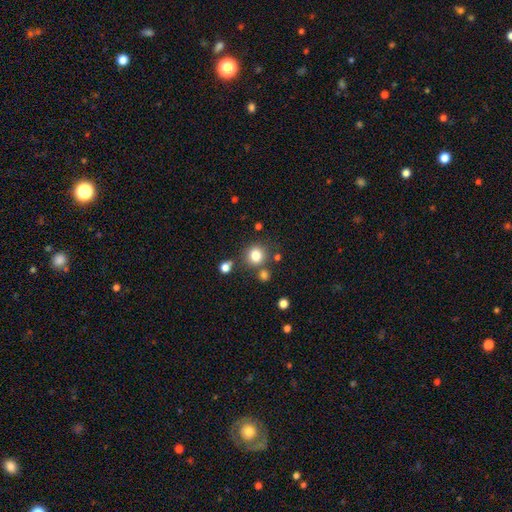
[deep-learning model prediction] A smooth galaxy with no disk features (80%) that is round (89%). Merging: none (77%).